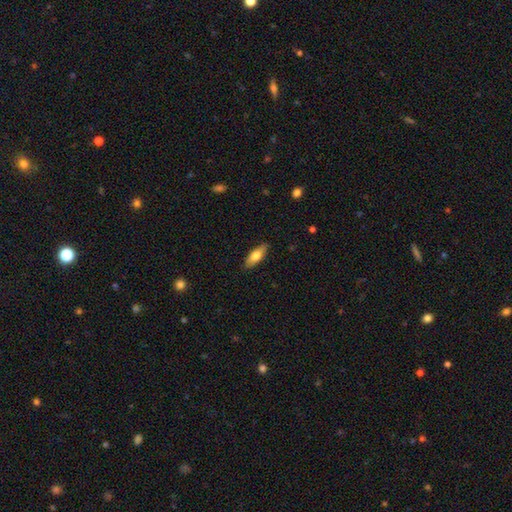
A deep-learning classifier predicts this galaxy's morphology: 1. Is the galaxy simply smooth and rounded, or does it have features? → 73% smooth, 21% featured or disk, 6% star or artifact.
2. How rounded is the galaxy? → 66% in between, 32% cigar-shaped, 2% round.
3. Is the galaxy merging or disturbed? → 86% none, 11% minor disturbance, 2% major disturbance, 1% merger.